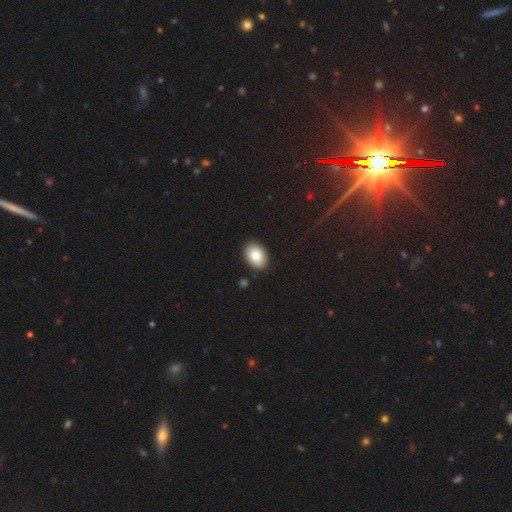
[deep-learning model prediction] The model was most divided on "how rounded": in between: 81%, round: 18%, cigar-shaped: 1%. More confident: merging — none (89%); smooth or featured — smooth (83%).